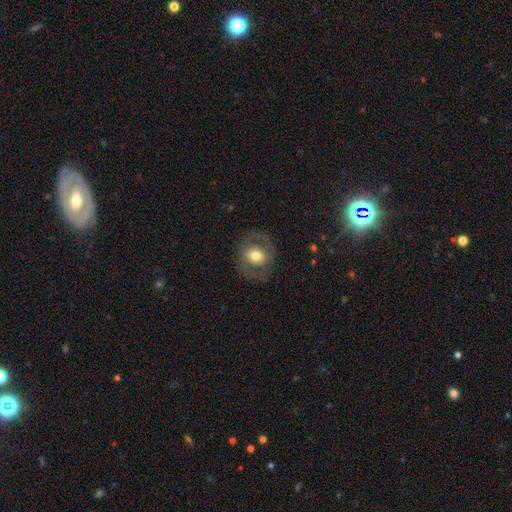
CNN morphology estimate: A smooth galaxy with no disk features (47%). Merging: none (78%).